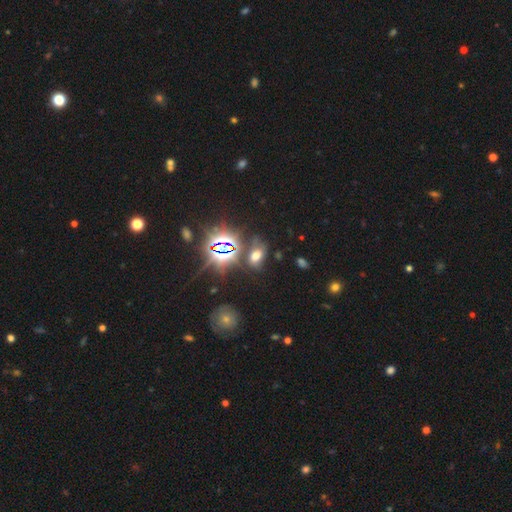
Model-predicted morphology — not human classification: Smooth or featured? smooth (47%)
Merging? none (65%)